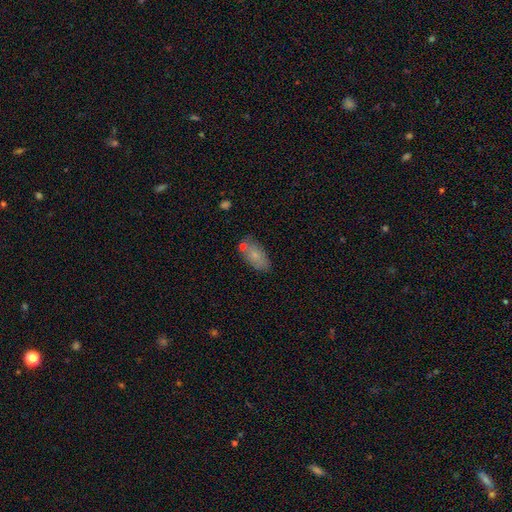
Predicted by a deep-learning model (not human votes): A smooth galaxy with no disk features (76%) that is in between round and cigar-shaped (91%).

Vote fractions:
- Smooth or featured? smooth: 76% / featured or disk: 17% / star or artifact: 7%
- How rounded? in between: 91% / cigar-shaped: 5% / round: 4%
- Merging? none: 64% / minor disturbance: 19% / merger: 13% / major disturbance: 5%